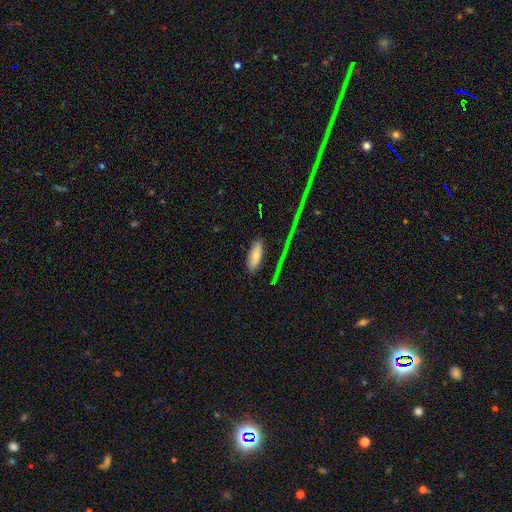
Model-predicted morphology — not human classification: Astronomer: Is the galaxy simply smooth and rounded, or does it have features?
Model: smooth — 74%.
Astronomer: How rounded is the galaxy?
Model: in between — 78%.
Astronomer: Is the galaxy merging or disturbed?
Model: none — 75%.